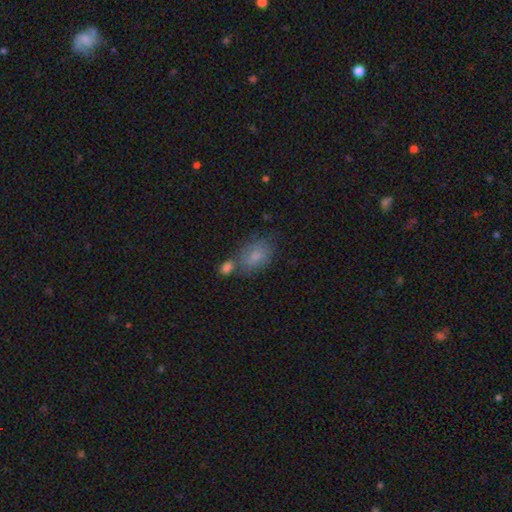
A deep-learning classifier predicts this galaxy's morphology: A smooth galaxy with no disk features (75%) that is in between round and cigar-shaped (78%).

Vote fractions:
- Smooth or featured? smooth: 75% / featured or disk: 16% / star or artifact: 9%
- How rounded? in between: 78% / round: 20% / cigar-shaped: 2%
- Merging? none: 47% / merger: 25% / minor disturbance: 20% / major disturbance: 8%